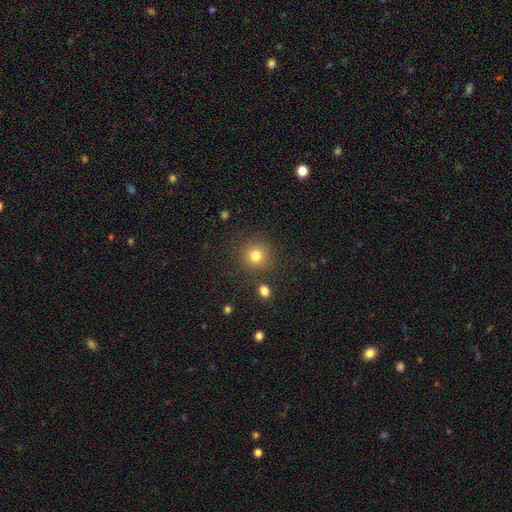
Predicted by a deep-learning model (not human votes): smooth_or_featured: smooth (p=0.80) [alt: star or artifact p=0.13]
how_rounded: round (p=0.92) [alt: in between p=0.07]
merging: none (p=0.86) [alt: minor disturbance p=0.07]